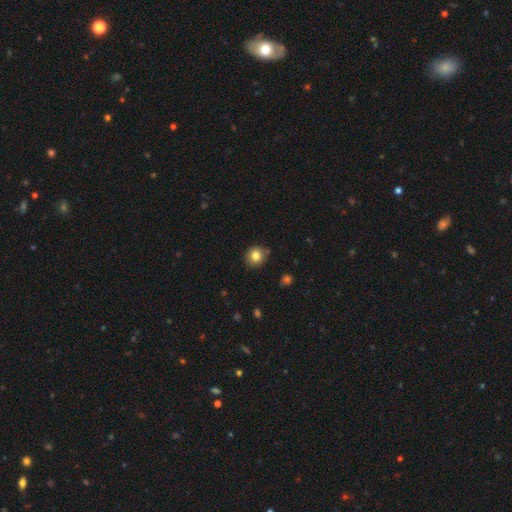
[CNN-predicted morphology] smooth_or_featured: smooth (p=0.82) [alt: star or artifact p=0.11]
how_rounded: round (p=0.84) [alt: in between p=0.15]
merging: none (p=0.83) [alt: minor disturbance p=0.12]